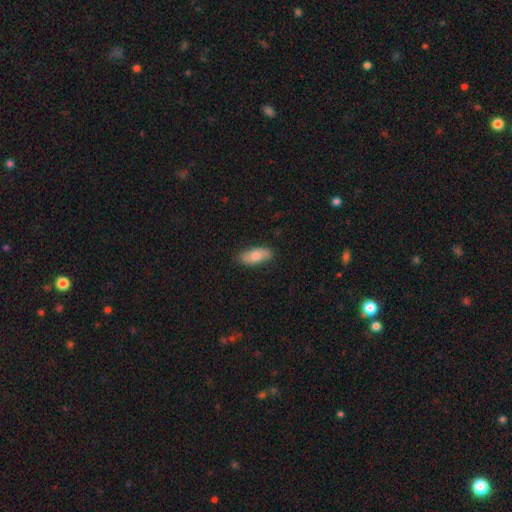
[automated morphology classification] type=smooth (70%); roundness=in between (88%); merging=none (85%).